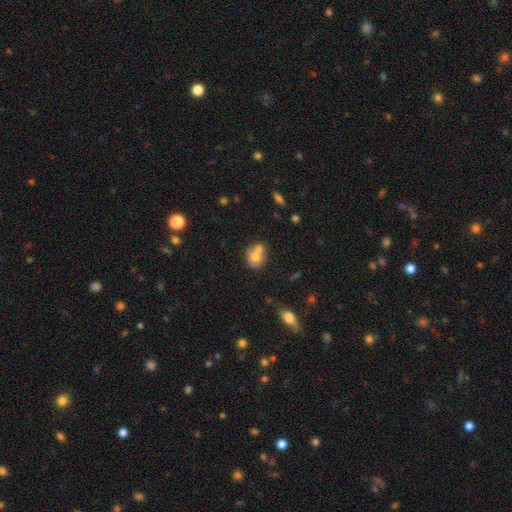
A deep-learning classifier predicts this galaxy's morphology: Smooth or featured: smooth — 63% (featured or disk — 28%)
How rounded: round — 66% (in between — 33%)
Merging: merger — 46% (none — 38%)